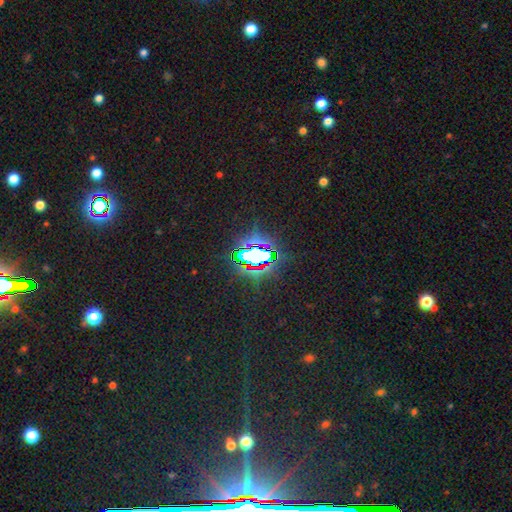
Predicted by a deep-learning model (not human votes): A star or artifact, not a galaxy (72%).

Vote fractions:
- Smooth or featured? star or artifact: 72% / smooth: 17% / featured or disk: 10%